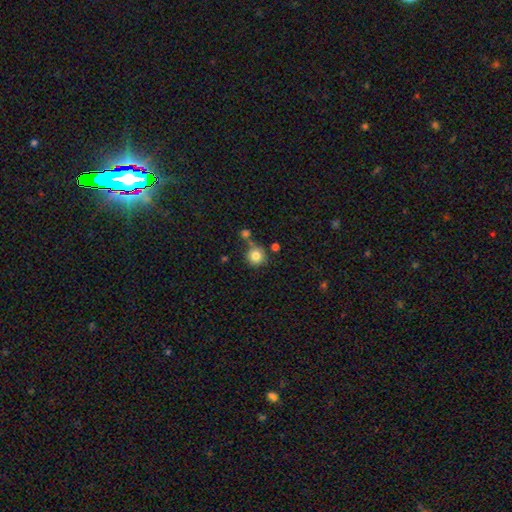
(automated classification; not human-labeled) smooth 82%, star or artifact 10%, featured or disk 8%. Down the decision tree: how rounded — round (93%); merging — none (65%).